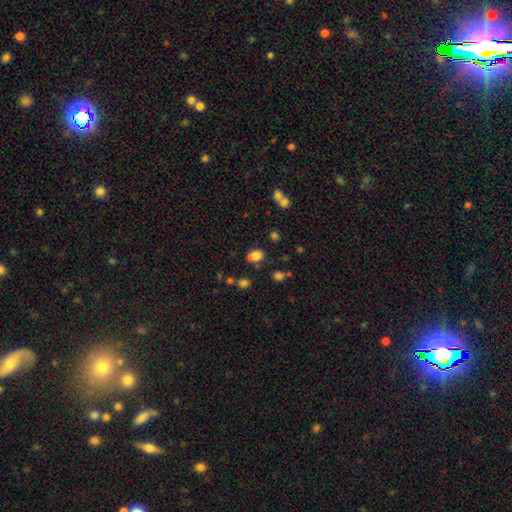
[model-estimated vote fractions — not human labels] The model was most divided on "how rounded": in between: 65%, round: 34%, cigar-shaped: 1%. More confident: smooth or featured — smooth (80%); merging — none (64%).